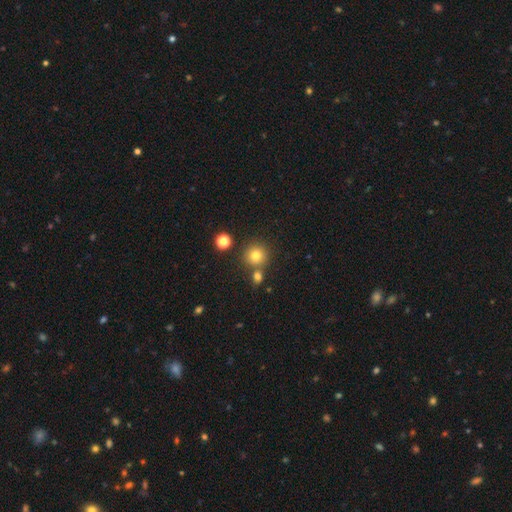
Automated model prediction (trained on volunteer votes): smooth 78%, star or artifact 14%, featured or disk 8%. Down the decision tree: how rounded — round (92%); merging — none (75%).